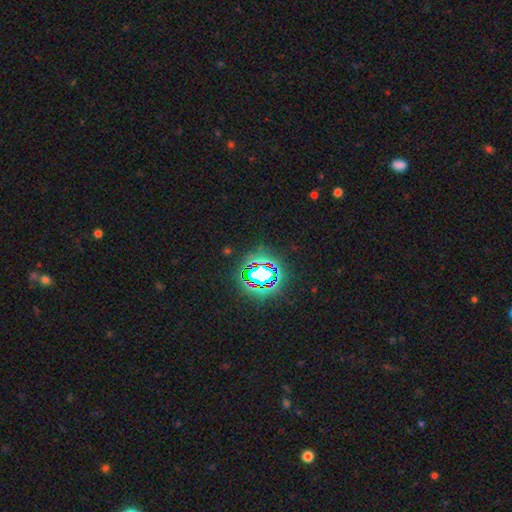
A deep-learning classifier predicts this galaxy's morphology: This is clearly a star or artifact rather than a galaxy (82%).